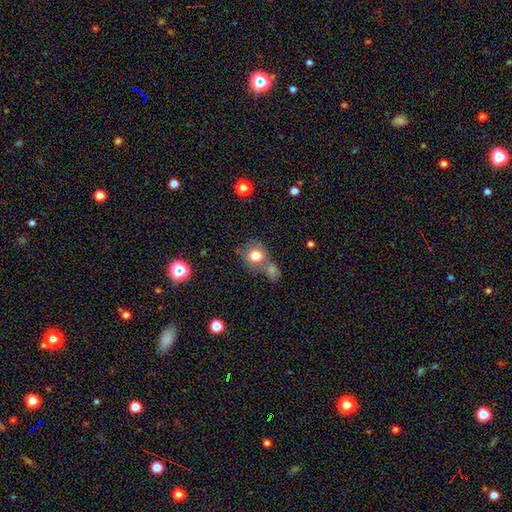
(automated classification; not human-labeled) smooth 77%, featured or disk 13%, star or artifact 10%. Down the decision tree: how rounded — round (75%); merging — none (43%).